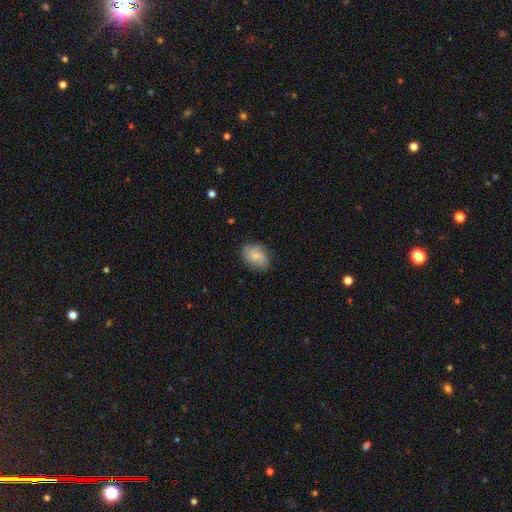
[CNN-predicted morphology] A smooth galaxy with no disk features (68%) that is in between round and cigar-shaped (72%).

Vote fractions:
- Smooth or featured? smooth: 68% / featured or disk: 25% / star or artifact: 7%
- How rounded? in between: 72% / round: 27% / cigar-shaped: 1%
- Merging? none: 77% / minor disturbance: 18% / major disturbance: 4% / merger: 1%